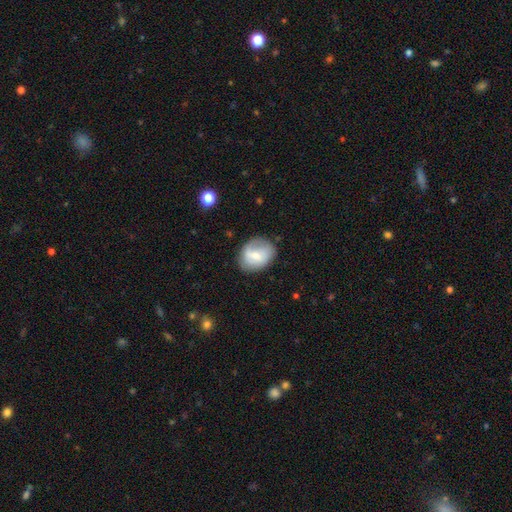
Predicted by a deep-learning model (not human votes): smooth 57%, featured or disk 36%, star or artifact 7%. Down the decision tree: how rounded — in between (50%); merging — none (67%).